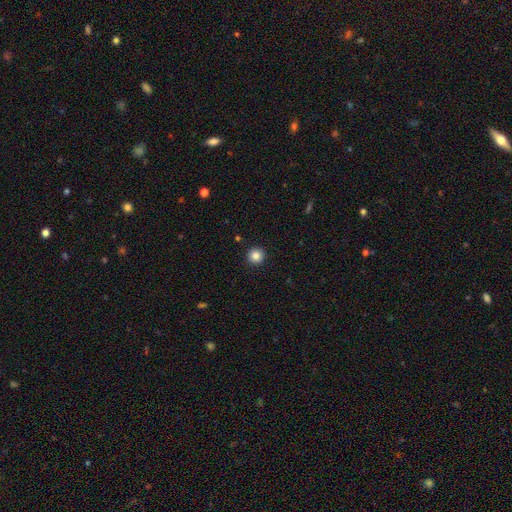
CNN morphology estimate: smooth-or-featured: smooth: 85% | star or artifact: 11% | featured or disk: 4%
  how-rounded: round: 96% | in between: 3% | cigar-shaped: 1%
  merging: none: 93% | minor disturbance: 4% | major disturbance: 2% | merger: 1%